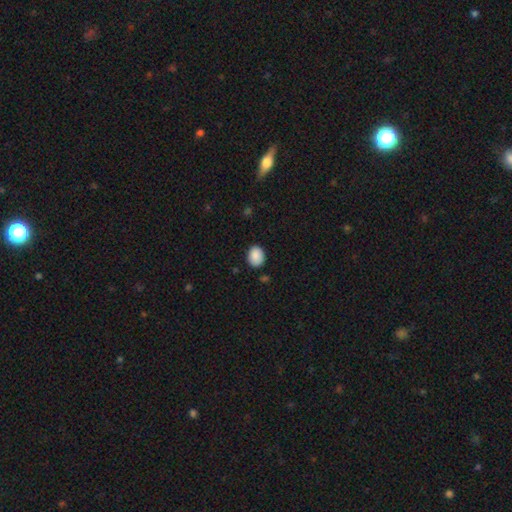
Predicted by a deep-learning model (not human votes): smooth-or-featured: smooth: 89% | star or artifact: 8% | featured or disk: 3%
  how-rounded: in between: 55% | round: 44% | cigar-shaped: 1%
  merging: none: 85% | minor disturbance: 11% | major disturbance: 2% | merger: 1%